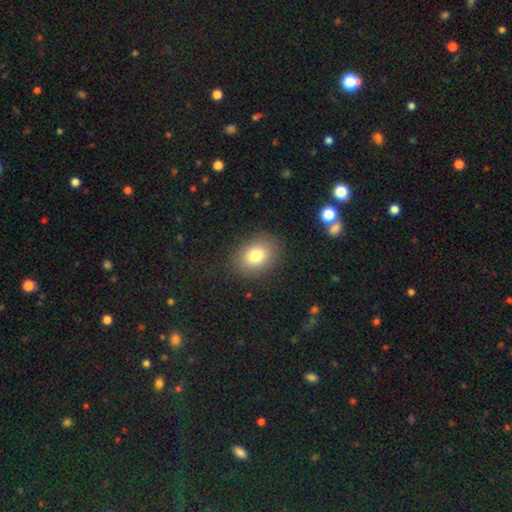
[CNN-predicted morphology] The model was most divided on "how rounded": in between: 61%, round: 38%, cigar-shaped: 1%. More confident: merging — none (86%); smooth or featured — smooth (80%).